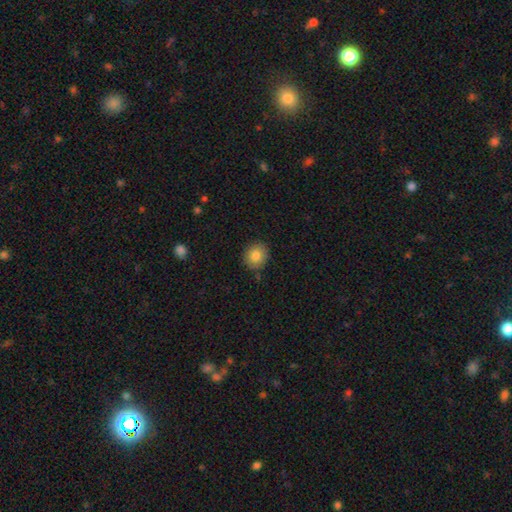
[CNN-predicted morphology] This is clearly a smooth galaxy (82%). How rounded: clearly round (81%). Merging: clearly none (86%).